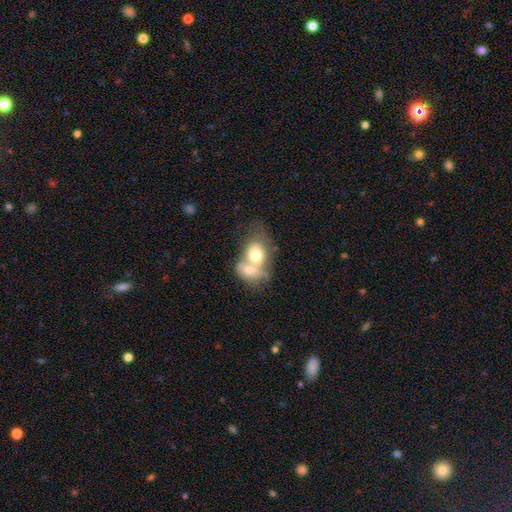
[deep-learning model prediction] Overall: smooth (66%; featured or disk 26%). How rounded: in between (62%; round 36%). Merging: merger (74%).